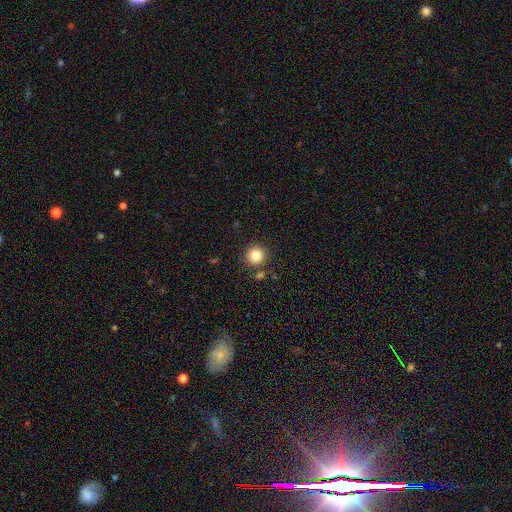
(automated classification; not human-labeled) The model was most divided on "smooth or featured": smooth: 84%, star or artifact: 11%, featured or disk: 5%. More confident: how rounded — round (94%); merging — none (86%).